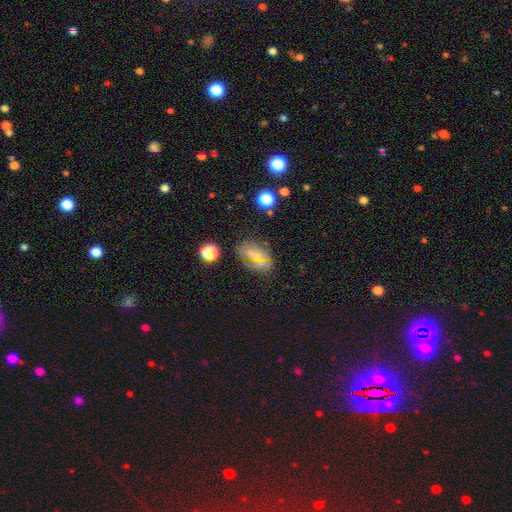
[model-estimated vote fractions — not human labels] Smooth or featured? Predicted: smooth (p=0.45). Merging? Predicted: none (p=0.77).